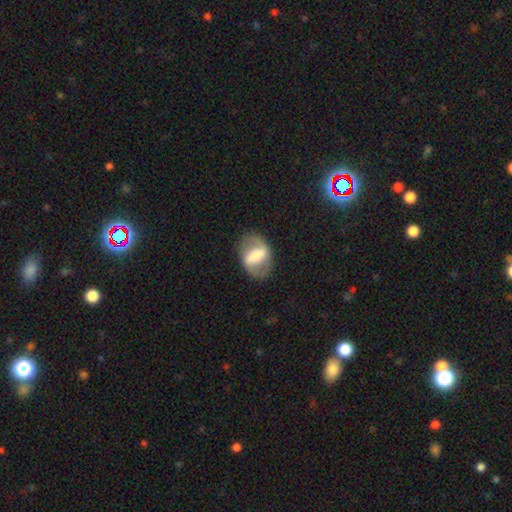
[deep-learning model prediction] smooth_or_featured: featured or disk (p=0.64) [alt: smooth p=0.30]
disk_edge_on: no (p=0.93) [alt: yes p=0.07]
bar: strong (p=0.69) [alt: weak p=0.22]
has_spiral_arms: yes (p=0.58) [alt: no p=0.42]
bulge_size: moderate (p=0.34) [alt: small p=0.25]
merging: none (p=0.77) [alt: minor disturbance p=0.14]